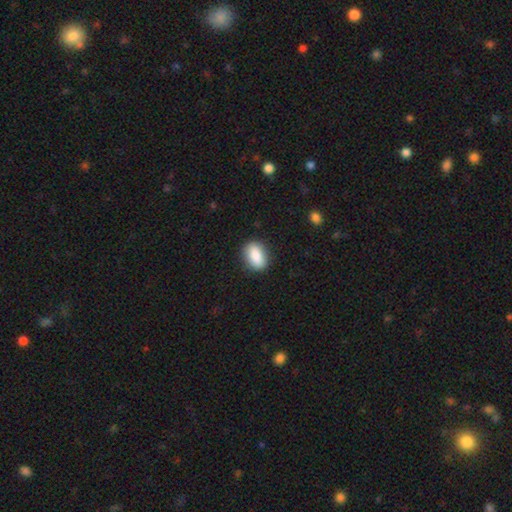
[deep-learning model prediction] Smooth or featured? smooth (87%)
How rounded? in between (81%)
Merging? none (86%)